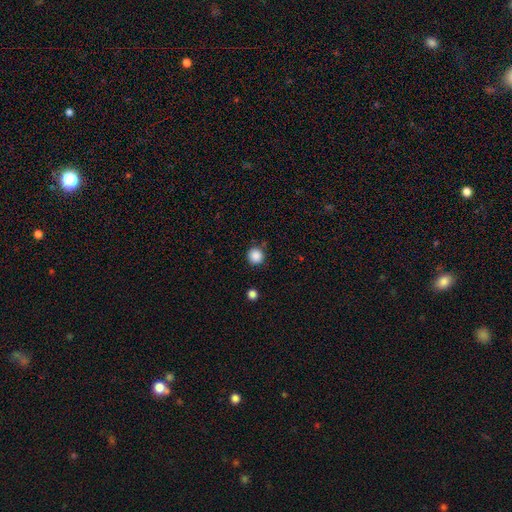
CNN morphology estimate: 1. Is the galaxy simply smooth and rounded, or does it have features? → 87% smooth, 10% star or artifact, 3% featured or disk.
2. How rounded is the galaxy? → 95% round, 4% in between, 1% cigar-shaped.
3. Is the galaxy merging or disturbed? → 87% none, 8% minor disturbance, 3% major disturbance, 3% merger.